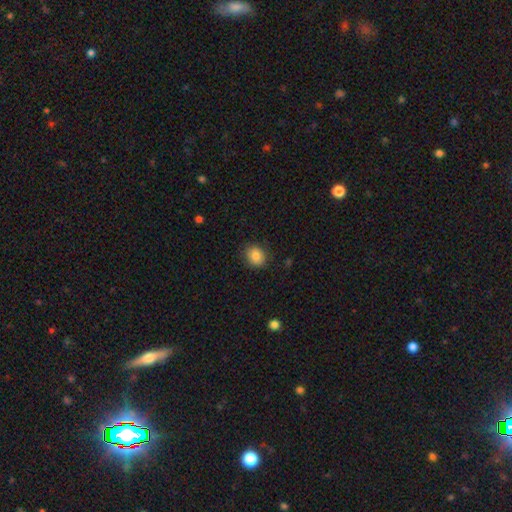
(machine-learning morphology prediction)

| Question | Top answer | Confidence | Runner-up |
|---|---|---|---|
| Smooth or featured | smooth | 86% | star or artifact (9%) |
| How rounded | round | 56% | in between (44%) |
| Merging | none | 85% | minor disturbance (11%) |